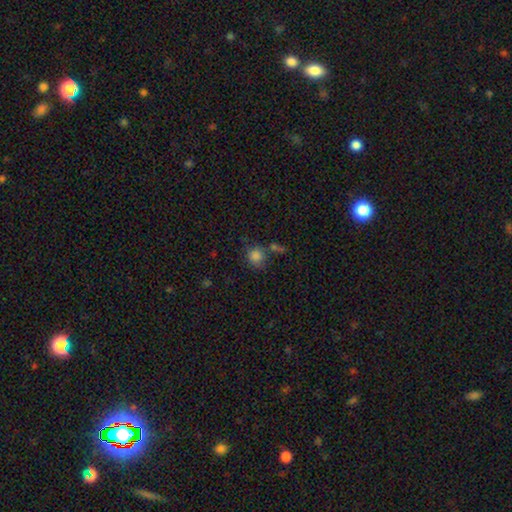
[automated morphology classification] This appears to be a smooth galaxy with no disk features (82%) that is round (83%). Merging: none (57%).